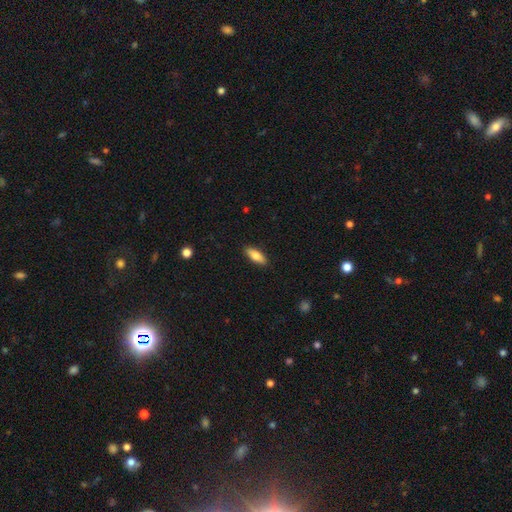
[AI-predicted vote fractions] smooth 78%, featured or disk 16%, star or artifact 6%. Down the decision tree: how rounded — in between (69%); merging — none (90%).